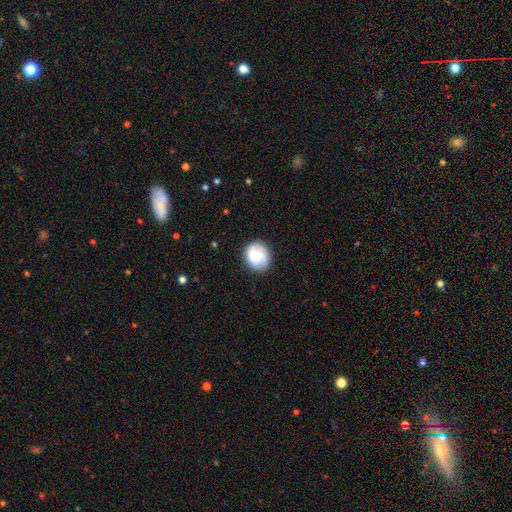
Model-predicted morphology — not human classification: smooth-or-featured: smooth: 66% | featured or disk: 26% | star or artifact: 8%
  how-rounded: round: 74% | in between: 25% | cigar-shaped: 1%
  merging: none: 76% | minor disturbance: 17% | major disturbance: 5% | merger: 2%